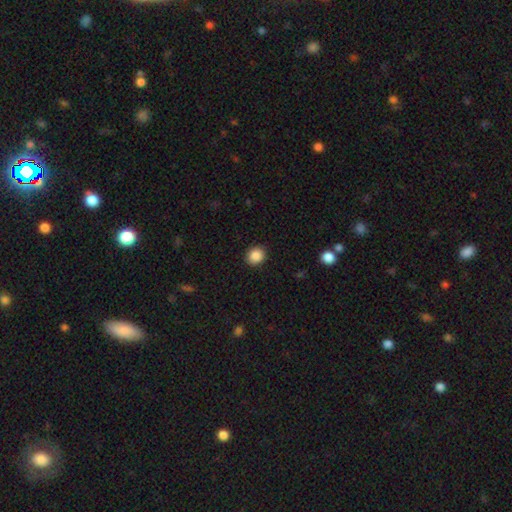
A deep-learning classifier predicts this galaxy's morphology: smooth 88%, star or artifact 9%, featured or disk 3%. Down the decision tree: how rounded — round (78%); merging — none (90%).